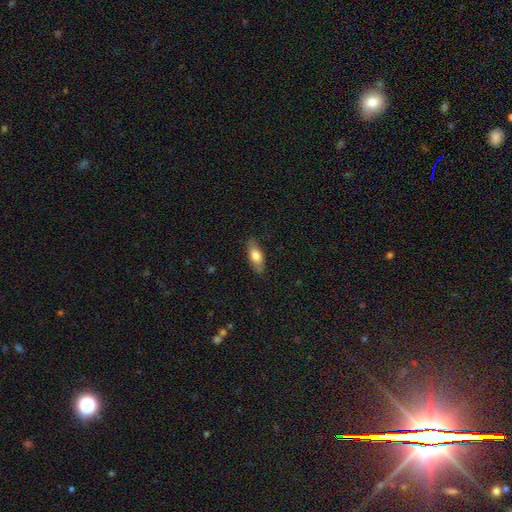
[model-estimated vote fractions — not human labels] Q: Smooth or featured?
A: smooth (73%); runner-up: featured or disk (21%)
Q: How rounded?
A: in between (74%); runner-up: cigar-shaped (23%)
Q: Merging?
A: none (85%); runner-up: minor disturbance (12%)